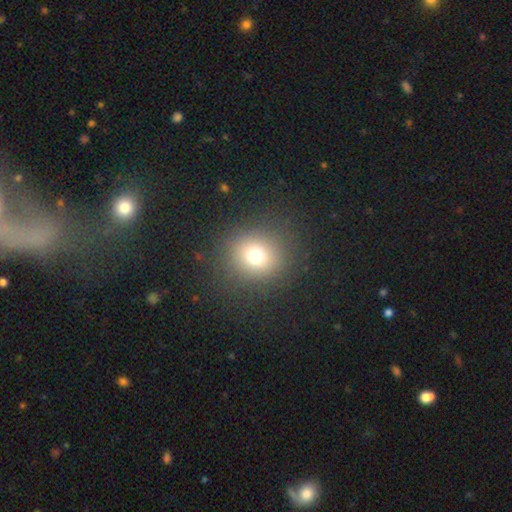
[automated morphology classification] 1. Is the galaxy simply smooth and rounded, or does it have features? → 70% smooth, 20% star or artifact, 10% featured or disk.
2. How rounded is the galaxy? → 87% round, 12% in between, 1% cigar-shaped.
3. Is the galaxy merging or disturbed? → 87% none, 7% minor disturbance, 5% major disturbance, 1% merger.